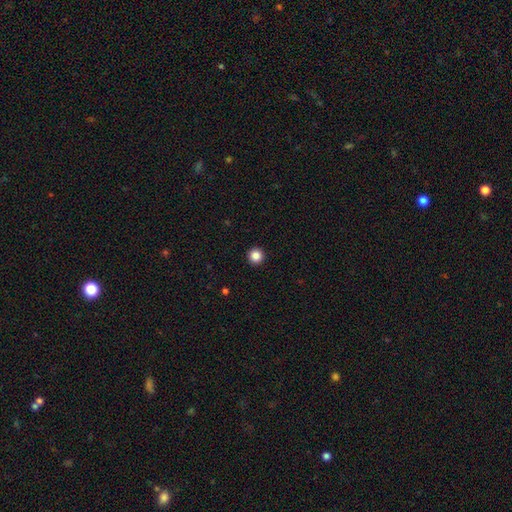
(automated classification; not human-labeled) A smooth galaxy with no disk features (86%) that is round (96%). Merging: none (94%).